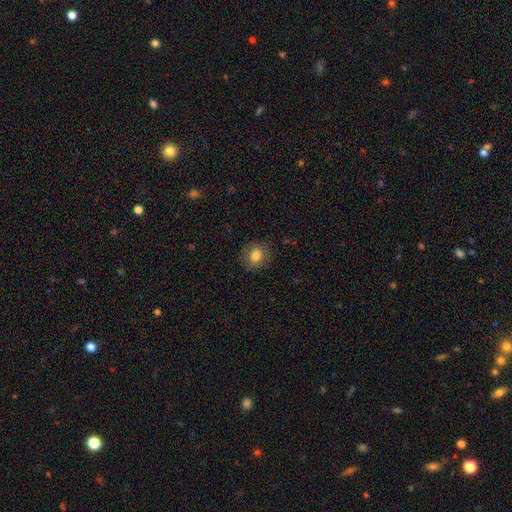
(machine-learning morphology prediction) Overall: smooth (79%). How rounded: round (68%; in between 31%). Merging: none (83%).